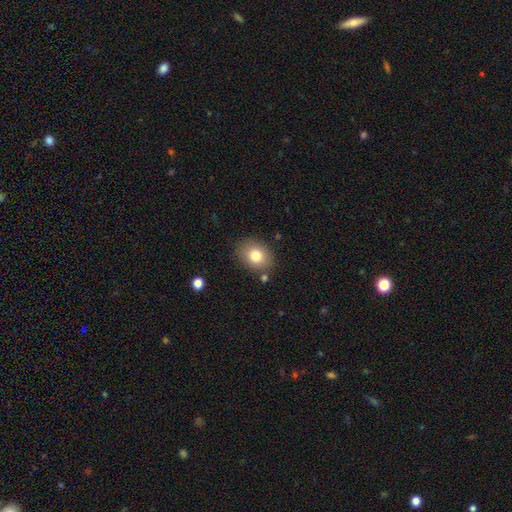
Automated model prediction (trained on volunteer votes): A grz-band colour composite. It shows a smooth galaxy with no disk features (79%) that is in between round and cigar-shaped (52%). Merging: none (81%).